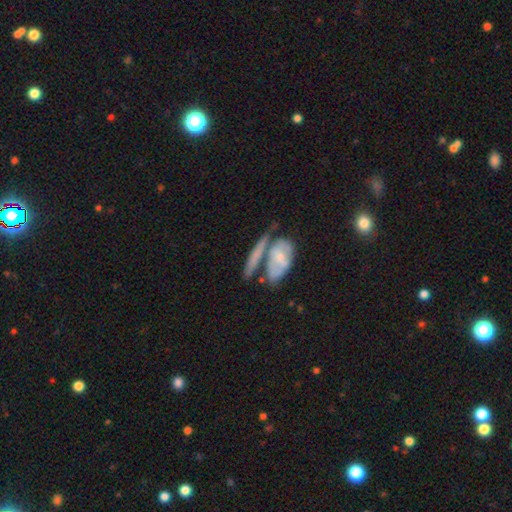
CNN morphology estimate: featured or disk 47%, smooth 46%, star or artifact 7%. Down the decision tree: merging — merger (43%).